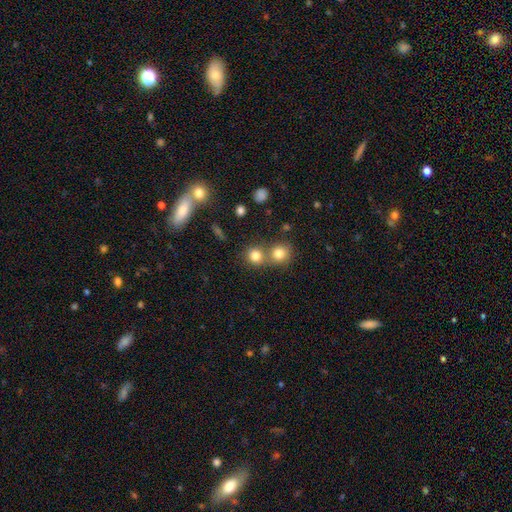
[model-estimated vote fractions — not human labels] Smooth or featured? smooth (80%)
How rounded? round (86%)
Merging? none (52%)